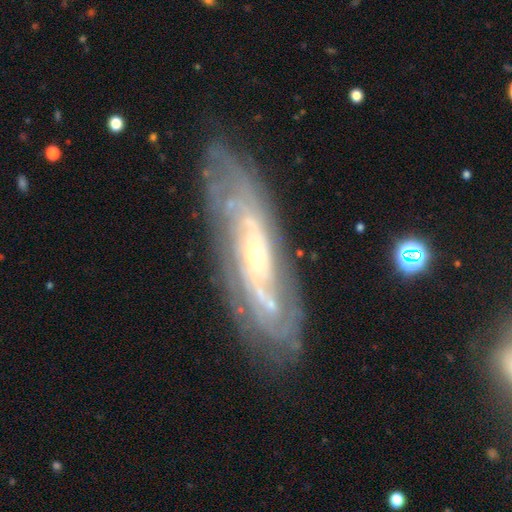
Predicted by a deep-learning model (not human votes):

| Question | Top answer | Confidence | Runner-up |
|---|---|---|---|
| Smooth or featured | featured or disk | 83% | smooth (11%) |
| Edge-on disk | no | 81% | yes (19%) |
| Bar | no | 65% | weak (26%) |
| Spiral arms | yes | 90% | no (10%) |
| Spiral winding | tight | 64% | medium (27%) |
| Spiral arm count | can't tell | 53% | 2 (22%) |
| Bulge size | small | 67% | moderate (28%) |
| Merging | none | 77% | minor disturbance (16%) |